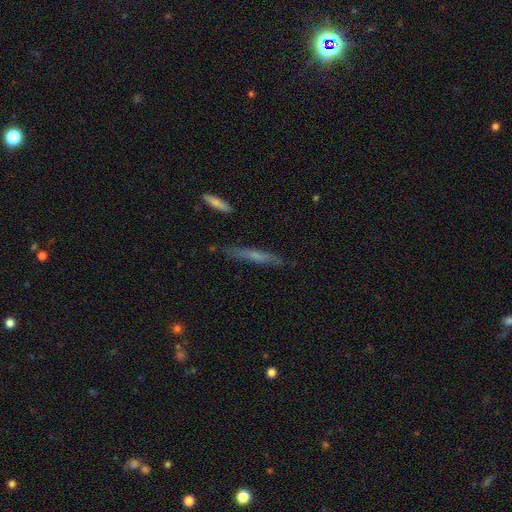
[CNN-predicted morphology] Smooth or featured? Predicted: smooth (p=0.49). Merging? Predicted: none (p=0.81).